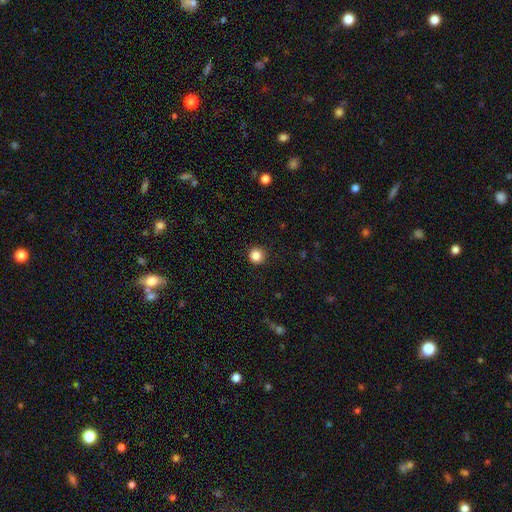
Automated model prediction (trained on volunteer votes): This appears to be a smooth galaxy with no disk features (85%) that is round (95%). Merging: none (93%).